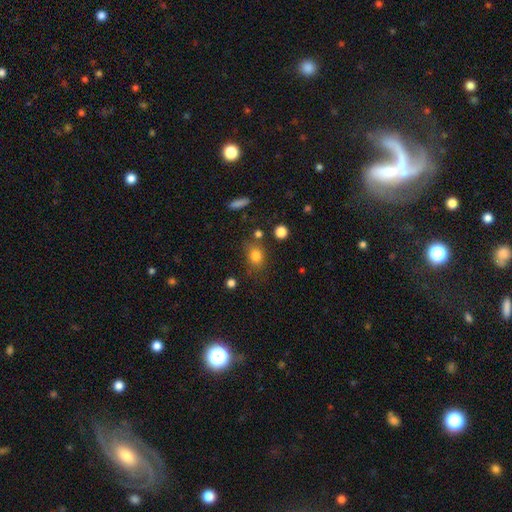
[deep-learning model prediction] Smooth or featured? smooth (80%)
How rounded? round (55%)
Merging? none (72%)